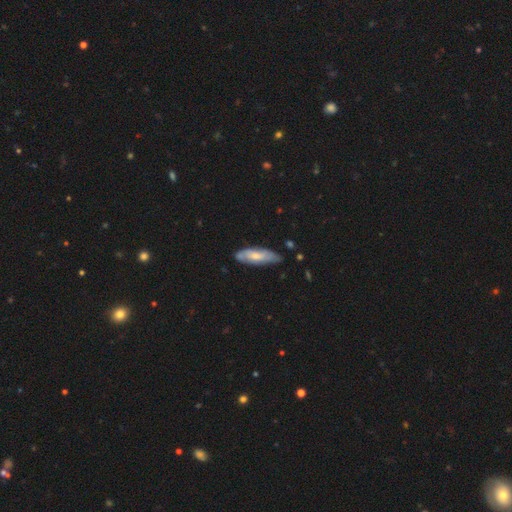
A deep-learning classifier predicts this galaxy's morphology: A smooth galaxy with no disk features (54%) that is in between round and cigar-shaped (50%).

Vote fractions:
- Smooth or featured? smooth: 54% / featured or disk: 40% / star or artifact: 6%
- How rounded? in between: 50% / cigar-shaped: 48% / round: 2%
- Merging? none: 70% / minor disturbance: 23% / major disturbance: 4% / merger: 2%